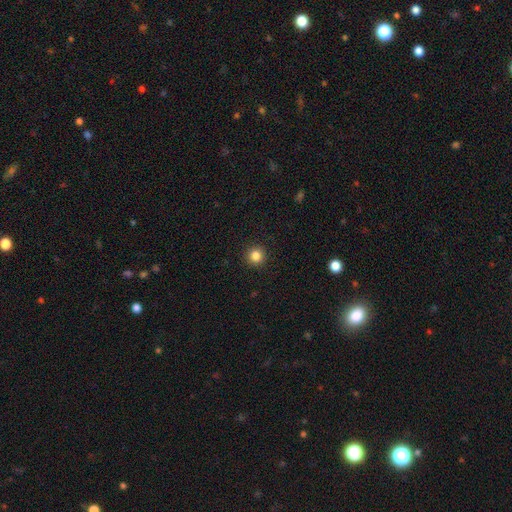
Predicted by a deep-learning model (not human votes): Morphology: type=smooth (84%); roundness=round (95%); merging=none (93%).